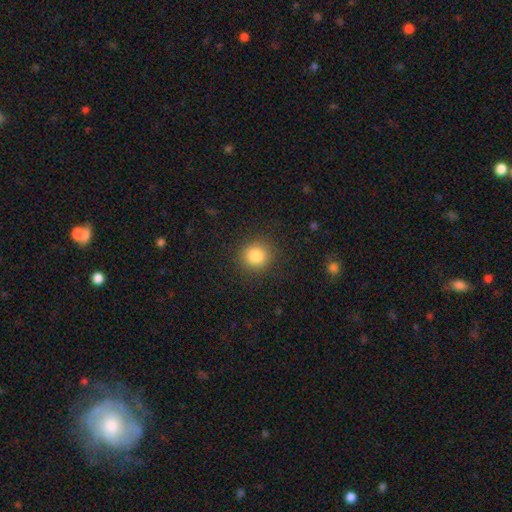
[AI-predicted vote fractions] Morphology: type=smooth (84%); roundness=round (89%); merging=none (88%).